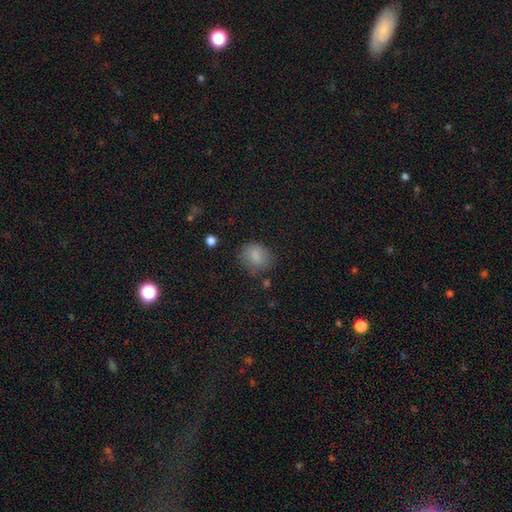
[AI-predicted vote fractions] The model was most divided on "how rounded": round: 53%, in between: 46%, cigar-shaped: 1%. More confident: smooth or featured — smooth (82%); merging — none (67%).